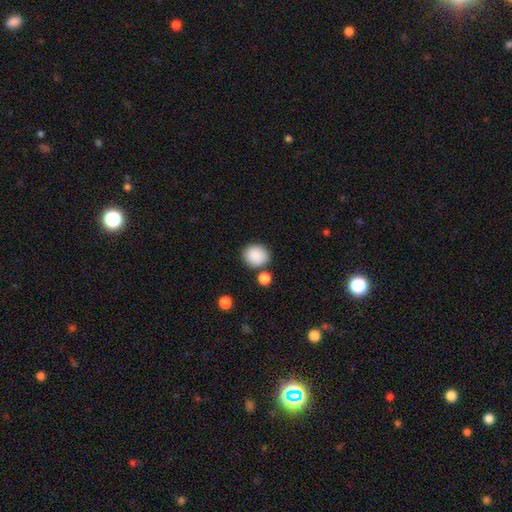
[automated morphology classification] Smooth or featured? smooth (88%)
How rounded? round (72%)
Merging? none (76%)